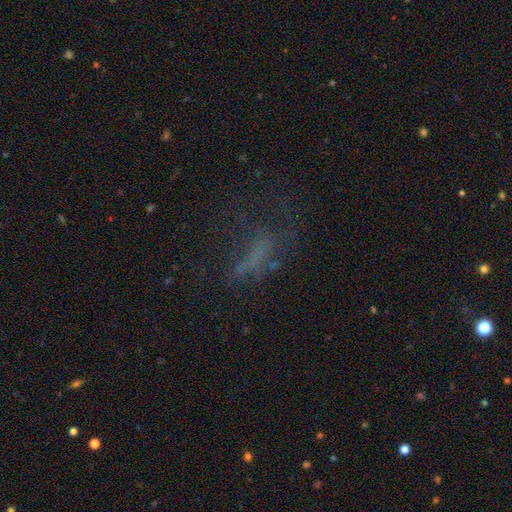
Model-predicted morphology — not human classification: Smooth or featured?
  - smooth: 36% *
  - featured or disk: 33%
  - star or artifact: 31%
Merging?
  - none: 42% *
  - major disturbance: 36%
  - minor disturbance: 18%
  - merger: 3%